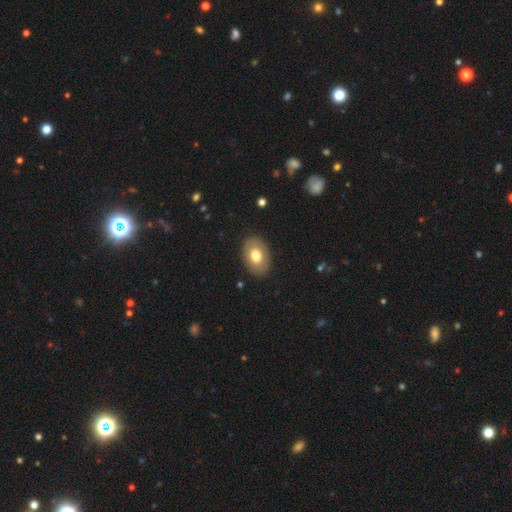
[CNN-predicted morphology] This appears to be a smooth galaxy with no disk features (74%) that is in between round and cigar-shaped (85%). Merging: none (87%).